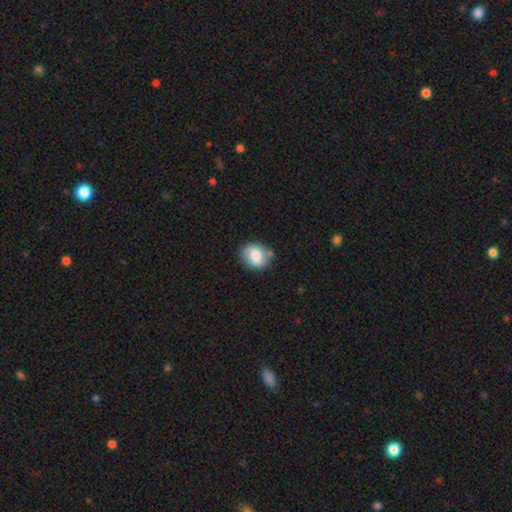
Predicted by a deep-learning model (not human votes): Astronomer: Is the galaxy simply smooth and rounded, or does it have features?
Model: smooth — 79%.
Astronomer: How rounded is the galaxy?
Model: round — 54% (runner-up: in between, 45%).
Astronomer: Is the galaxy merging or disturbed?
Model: none — 72%.